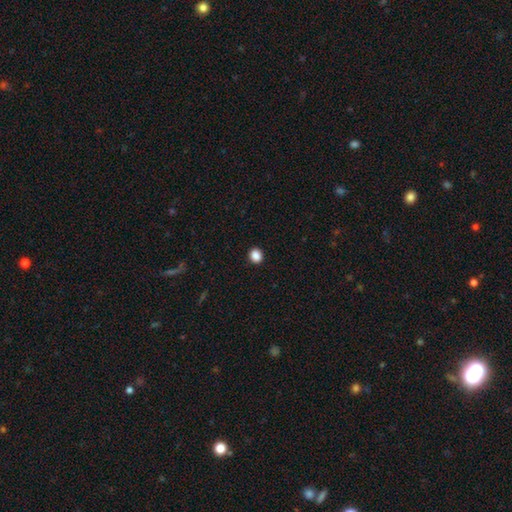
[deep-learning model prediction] Overall: smooth (87%). How rounded: round (75%). Merging: none (92%).